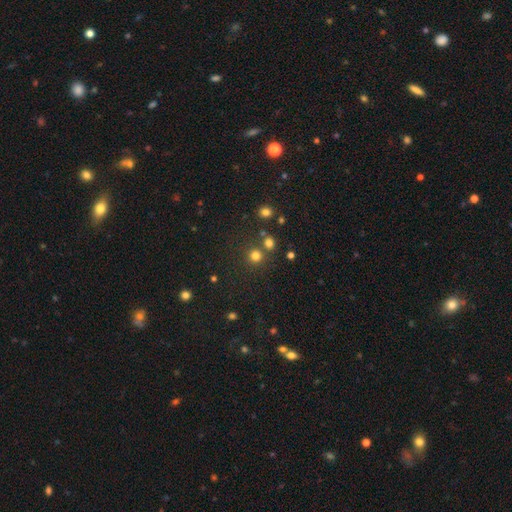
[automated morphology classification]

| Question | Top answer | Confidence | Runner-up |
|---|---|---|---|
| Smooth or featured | smooth | 76% | star or artifact (19%) |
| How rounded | round | 92% | in between (7%) |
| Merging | none | 75% | merger (15%) |